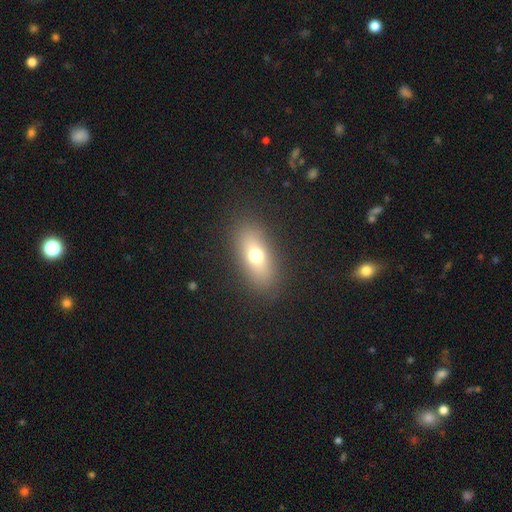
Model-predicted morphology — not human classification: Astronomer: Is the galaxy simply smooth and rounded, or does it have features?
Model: smooth — 67%.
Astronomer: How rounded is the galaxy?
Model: in between — 77%.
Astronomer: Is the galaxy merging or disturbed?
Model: none — 86%.